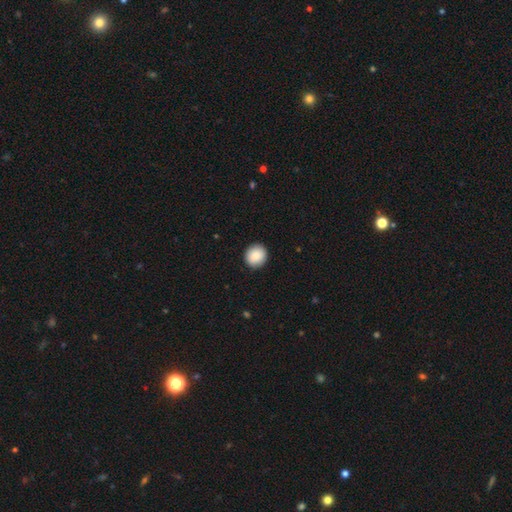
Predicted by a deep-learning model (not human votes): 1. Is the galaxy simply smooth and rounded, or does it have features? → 88% smooth, 7% star or artifact, 5% featured or disk.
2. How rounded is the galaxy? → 88% round, 11% in between, 1% cigar-shaped.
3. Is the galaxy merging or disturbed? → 92% none, 6% minor disturbance, 2% major disturbance, 1% merger.